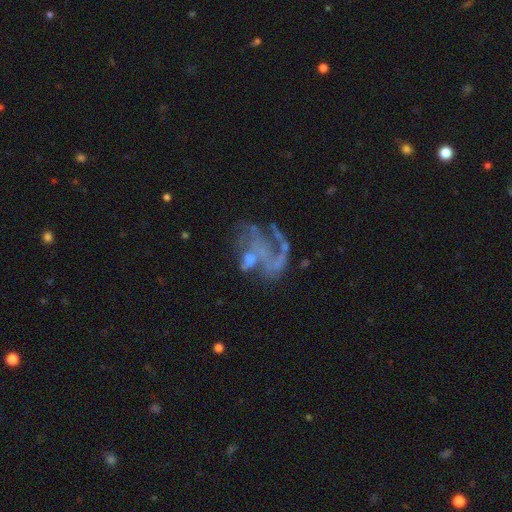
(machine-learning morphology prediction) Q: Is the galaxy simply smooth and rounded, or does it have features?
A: featured or disk — 70%.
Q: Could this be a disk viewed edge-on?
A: no — 98%.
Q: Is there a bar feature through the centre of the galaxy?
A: no — 81%.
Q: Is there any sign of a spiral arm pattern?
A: no — 58%.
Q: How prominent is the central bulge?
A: none — 60%.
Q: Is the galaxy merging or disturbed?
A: major disturbance — 43%.